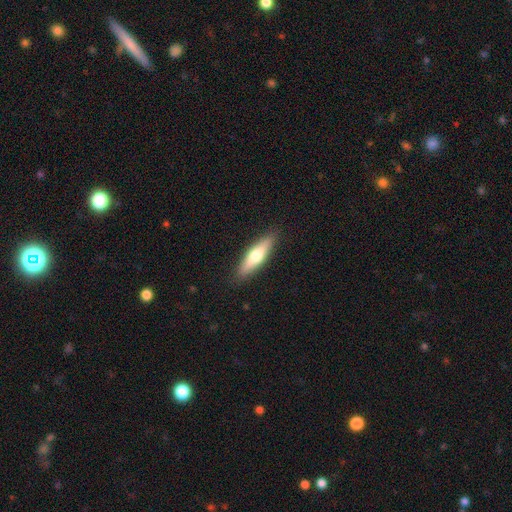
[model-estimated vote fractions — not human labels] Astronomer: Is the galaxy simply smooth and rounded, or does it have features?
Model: smooth — 59% (runner-up: featured or disk, 36%).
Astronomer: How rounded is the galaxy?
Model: cigar-shaped — 69%.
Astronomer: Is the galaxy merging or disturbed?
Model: none — 89%.